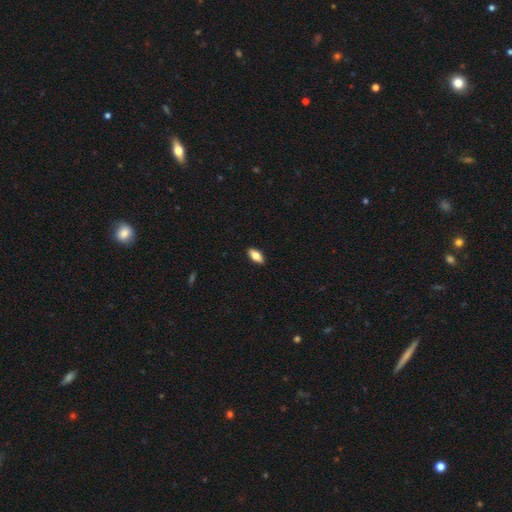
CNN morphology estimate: This appears to be a smooth galaxy with no disk features (77%) that is in between round and cigar-shaped (86%). Merging: none (90%).